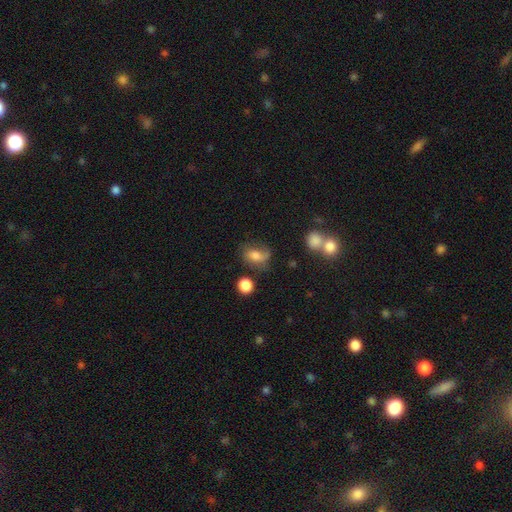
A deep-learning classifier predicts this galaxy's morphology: Overall: smooth (57%; featured or disk 31%). How rounded: in between (68%; round 30%). Merging: none (46%; minor disturbance 28%).